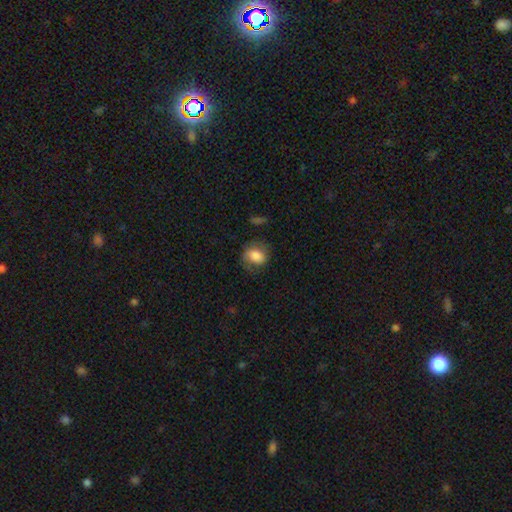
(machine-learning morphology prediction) smooth-or-featured: smooth: 69% | featured or disk: 23% | star or artifact: 8%
  how-rounded: round: 51% | in between: 47% | cigar-shaped: 1%
  merging: none: 60% | minor disturbance: 24% | major disturbance: 14% | merger: 2%